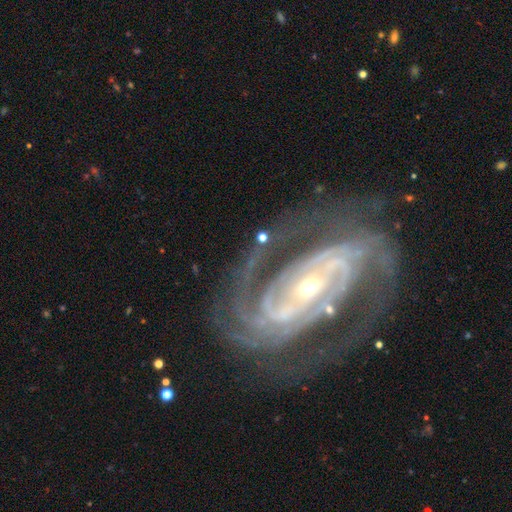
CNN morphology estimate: A featured or disk galaxy (92%) with a strong bar (52%), 2 (45%) tight (58%) spiral arms (98%) and a small central bulge (66%).

Vote fractions:
- Smooth or featured? featured or disk: 92% / star or artifact: 5% / smooth: 3%
- Edge-on disk? no: 96% / yes: 4%
- Bar? strong: 52% / weak: 28% / no: 21%
- Spiral arms? yes: 98% / no: 2%
- Spiral winding? tight: 58% / medium: 36% / loose: 7%
- Spiral arm count? 2: 45% / 3: 18% / can't tell: 13% / 4: 12% / more than 4: 7% / 1: 6%
- Bulge size? small: 66% / moderate: 29% / large: 3% / none: 1% / dominant: 1%
- Merging? none: 73% / minor disturbance: 15% / major disturbance: 10% / merger: 2%